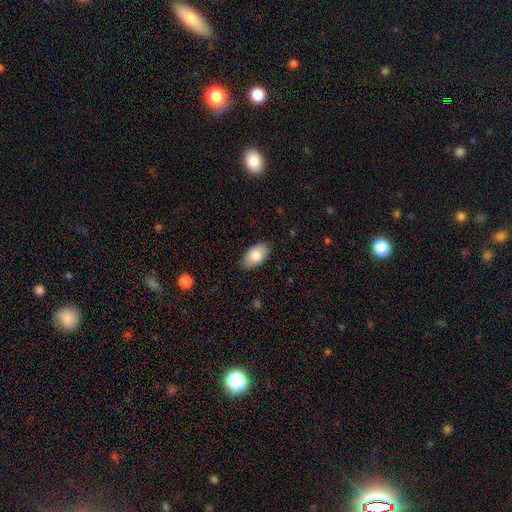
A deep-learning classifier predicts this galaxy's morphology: Overall: smooth (76%). How rounded: in between (94%). Merging: none (83%).